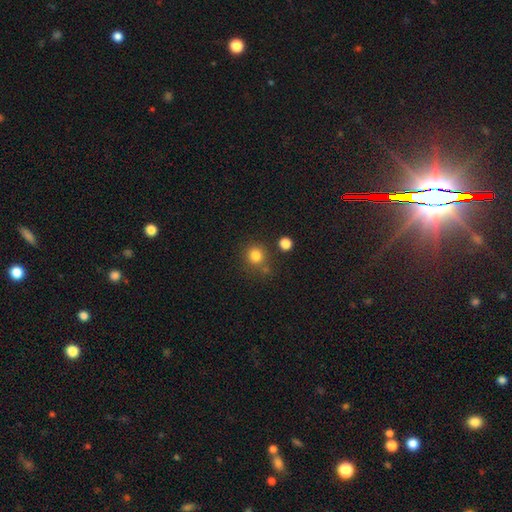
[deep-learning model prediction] smooth 82%, star or artifact 13%, featured or disk 6%. Down the decision tree: how rounded — round (90%); merging — none (74%).